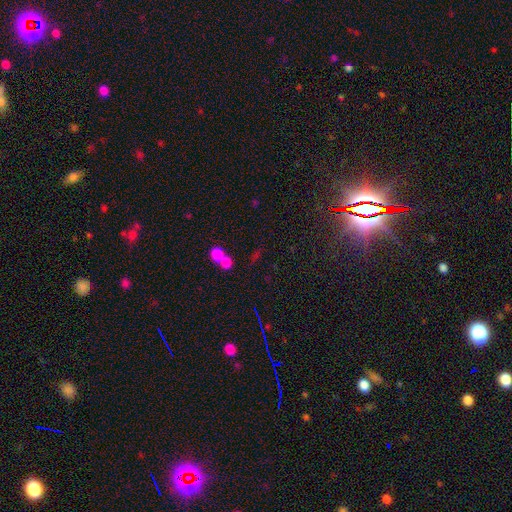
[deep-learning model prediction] smooth 66%, star or artifact 23%, featured or disk 12%. Down the decision tree: how rounded — round (63%); merging — merger (47%).